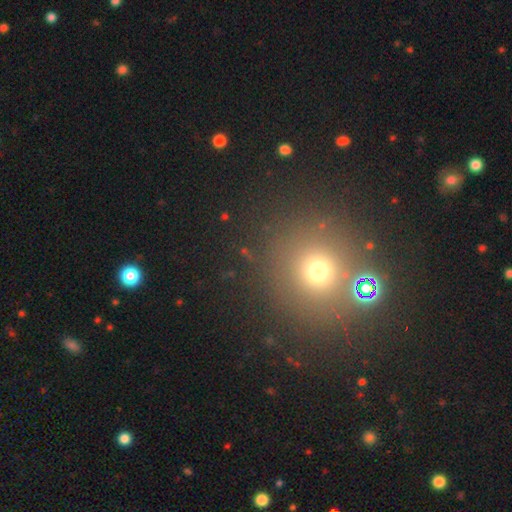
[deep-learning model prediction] A smooth galaxy with no disk features (60%) that is round (90%).

Vote fractions:
- Smooth or featured? smooth: 60% / star or artifact: 31% / featured or disk: 9%
- How rounded? round: 90% / in between: 9% / cigar-shaped: 1%
- Merging? none: 82% / merger: 7% / minor disturbance: 7% / major disturbance: 4%